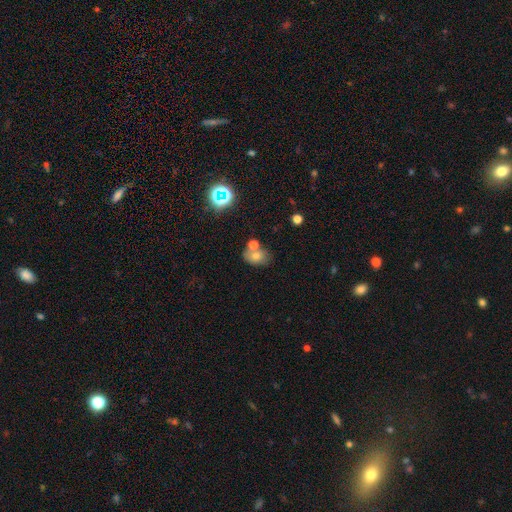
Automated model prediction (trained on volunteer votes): Overall: smooth (67%). How rounded: in between (63%; round 35%). Merging: none (52%; merger 29%).